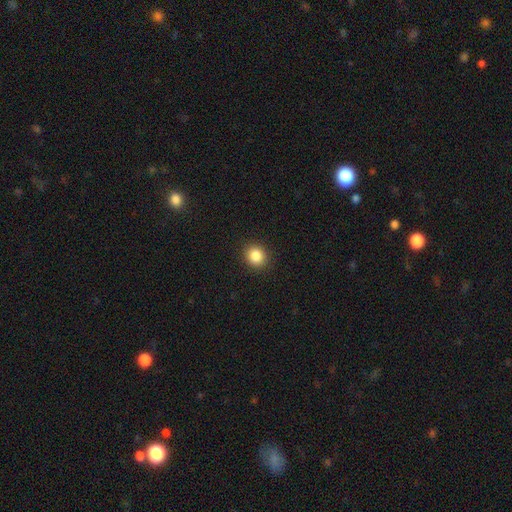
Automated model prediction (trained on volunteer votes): This is clearly a smooth galaxy (86%). How rounded: clearly round (82%). Merging: clearly none (91%).